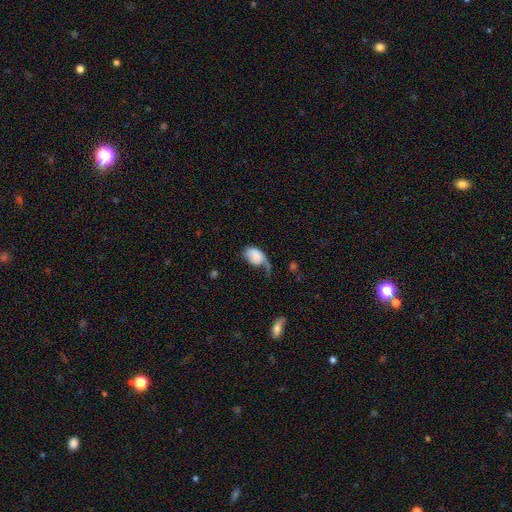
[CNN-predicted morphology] This is likely a smooth galaxy (73%). How rounded: clearly in between (88%). Merging: possibly major disturbance (46%).